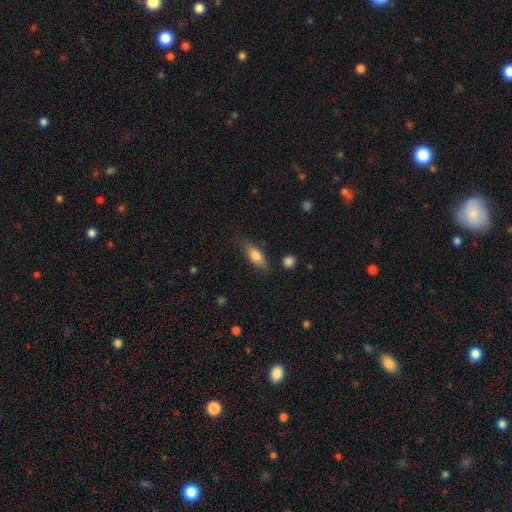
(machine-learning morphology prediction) This is likely a smooth galaxy (73%). How rounded: likely in between (67%). Merging: likely none (72%).